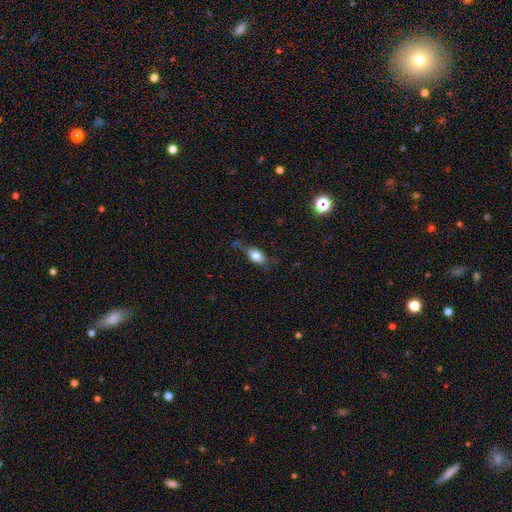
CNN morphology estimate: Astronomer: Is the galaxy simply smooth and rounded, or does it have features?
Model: smooth — 77%.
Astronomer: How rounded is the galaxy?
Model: in between — 84%.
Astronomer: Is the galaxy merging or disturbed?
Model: none — 60%.